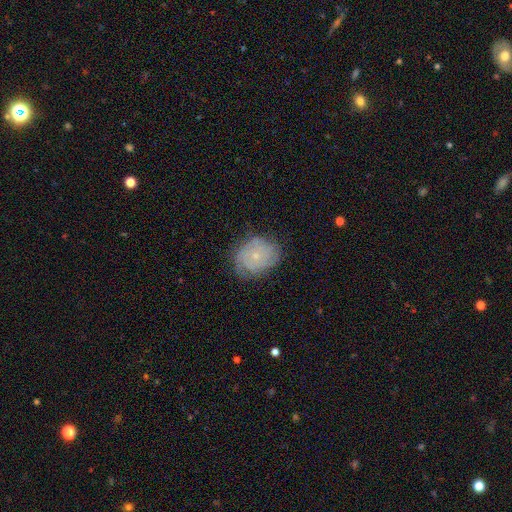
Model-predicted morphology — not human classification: This is likely a featured or disk galaxy (64%). It is clearly not viewed edge-on (97%). Bar: clearly no (86%). Spiral arm pattern: clearly yes (84%). Spiral arm count: possibly can't tell (48%). Spiral winding: likely tight (70%). Central bulge: likely small (78%). Merging: likely none (71%).